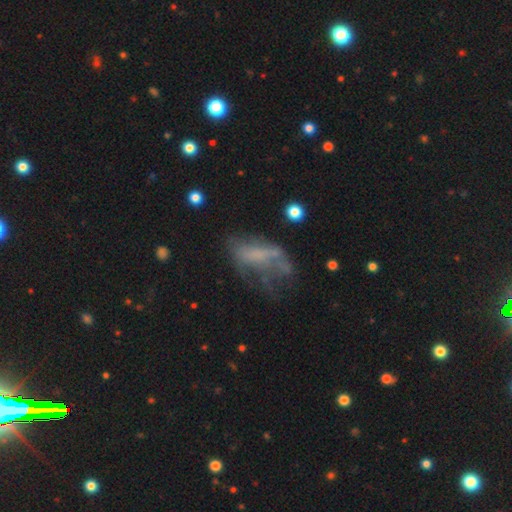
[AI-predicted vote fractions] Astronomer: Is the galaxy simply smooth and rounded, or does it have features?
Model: smooth — 42% (runner-up: featured or disk, 40%).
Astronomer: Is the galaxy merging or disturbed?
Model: major disturbance — 42% (runner-up: none, 28%).